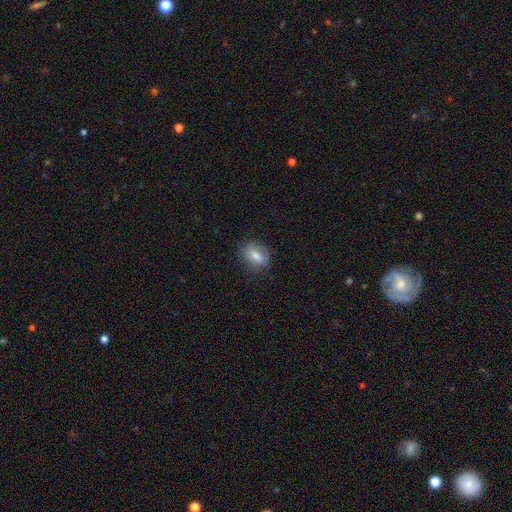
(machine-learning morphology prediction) smooth_or_featured: smooth (p=0.69) [alt: featured or disk p=0.21]
how_rounded: in between (p=0.67) [alt: round p=0.30]
merging: none (p=0.76) [alt: minor disturbance p=0.18]